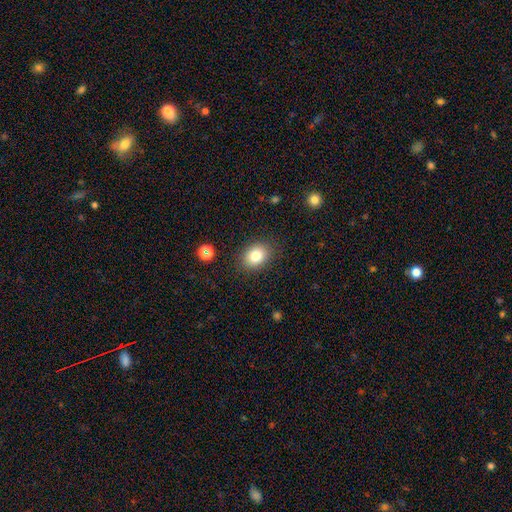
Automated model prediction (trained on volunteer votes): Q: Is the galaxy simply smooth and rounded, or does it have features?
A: smooth — 81%.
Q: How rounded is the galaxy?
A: in between — 58%.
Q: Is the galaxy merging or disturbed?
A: none — 86%.